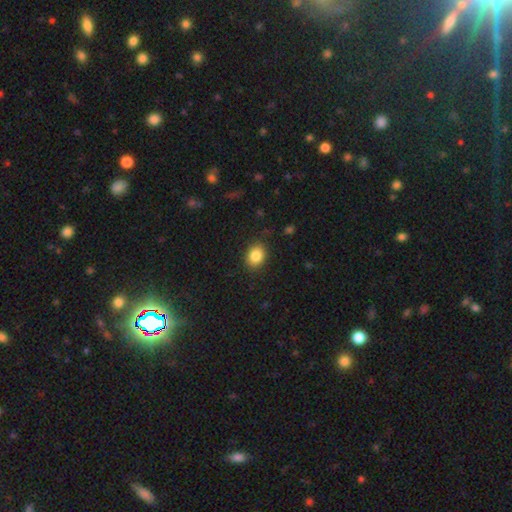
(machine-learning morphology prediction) Smooth or featured?
  - smooth: 86% *
  - star or artifact: 9%
  - featured or disk: 5%
How rounded?
  - in between: 55% *
  - round: 44%
  - cigar-shaped: 1%
Merging?
  - none: 87% *
  - minor disturbance: 10%
  - major disturbance: 3%
  - merger: 1%